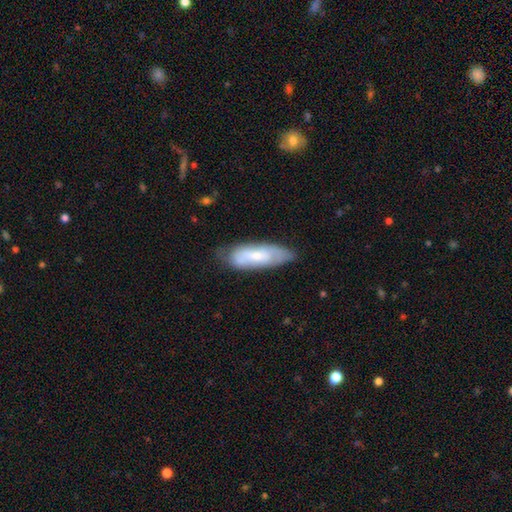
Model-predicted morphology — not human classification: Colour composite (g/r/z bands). It shows a smooth galaxy with no disk features (56%) that is in between round and cigar-shaped (62%). Merging: none (66%).